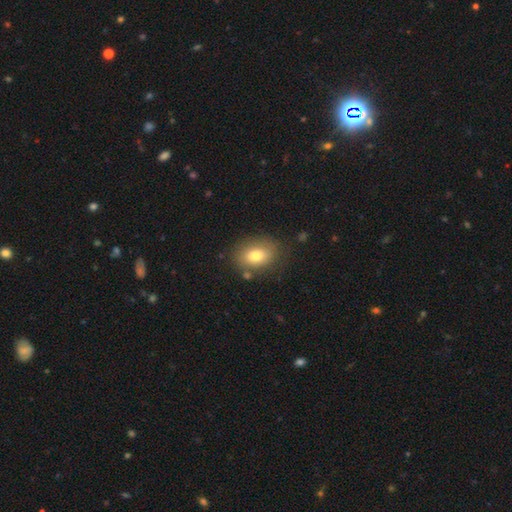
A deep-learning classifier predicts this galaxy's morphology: smooth 77%, featured or disk 14%, star or artifact 9%. Down the decision tree: how rounded — in between (73%); merging — none (77%).